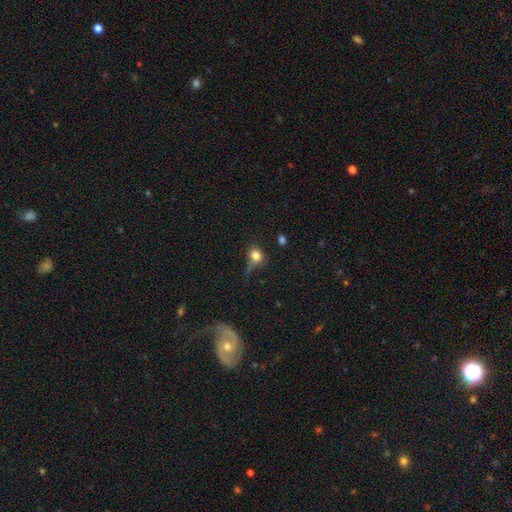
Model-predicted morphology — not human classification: Smooth or featured? Predicted: smooth (p=0.78). How rounded? Predicted: round (p=0.70). Merging? Predicted: none (p=0.46).